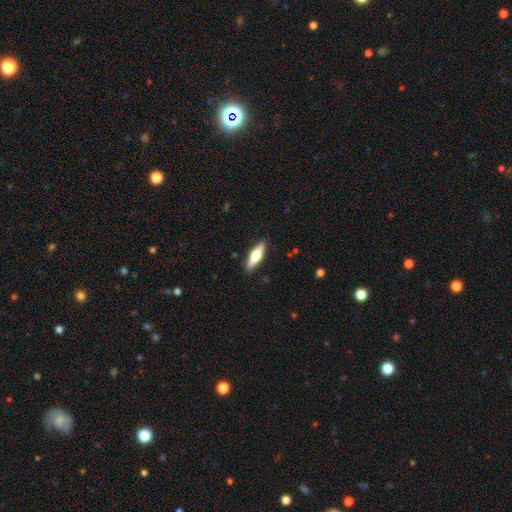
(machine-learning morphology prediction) smooth 59%, featured or disk 36%, star or artifact 6%. Down the decision tree: how rounded — cigar-shaped (58%); merging — none (89%).